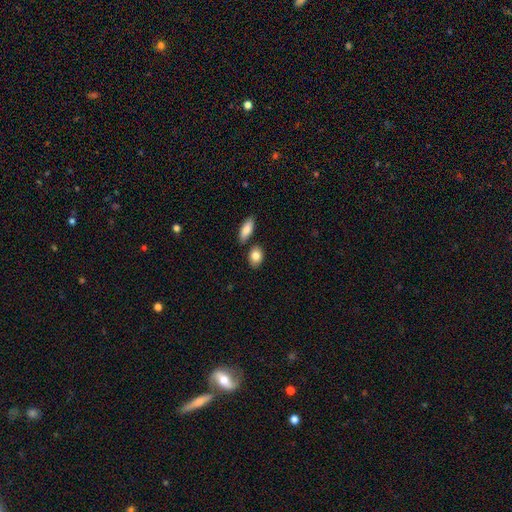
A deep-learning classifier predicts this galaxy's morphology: Smooth or featured?
  - smooth: 85% *
  - featured or disk: 8%
  - star or artifact: 7%
How rounded?
  - in between: 74% *
  - round: 23%
  - cigar-shaped: 3%
Merging?
  - none: 75% *
  - merger: 12%
  - minor disturbance: 11%
  - major disturbance: 3%